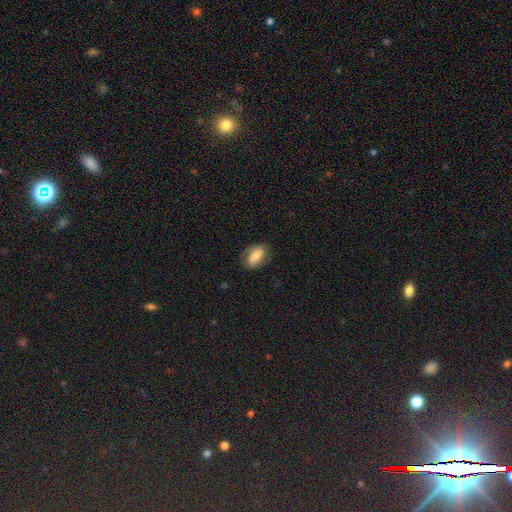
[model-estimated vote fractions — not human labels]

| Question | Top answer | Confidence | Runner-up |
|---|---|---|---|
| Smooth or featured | smooth | 63% | featured or disk (29%) |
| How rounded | in between | 84% | round (14%) |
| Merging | none | 75% | minor disturbance (18%) |